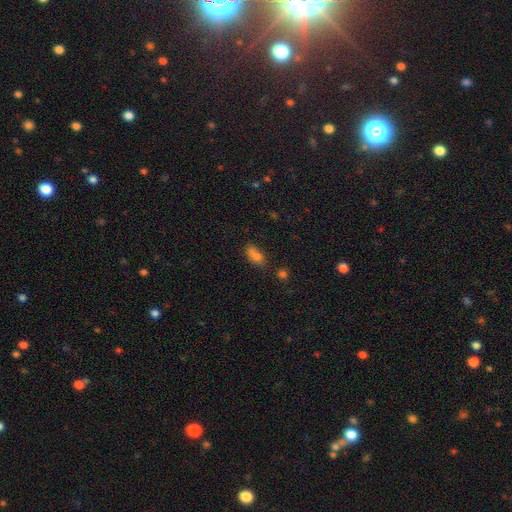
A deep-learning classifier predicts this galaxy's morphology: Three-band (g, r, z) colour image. It shows a smooth galaxy with no disk features (74%) that is in between round and cigar-shaped (81%). Merging: none (48%).